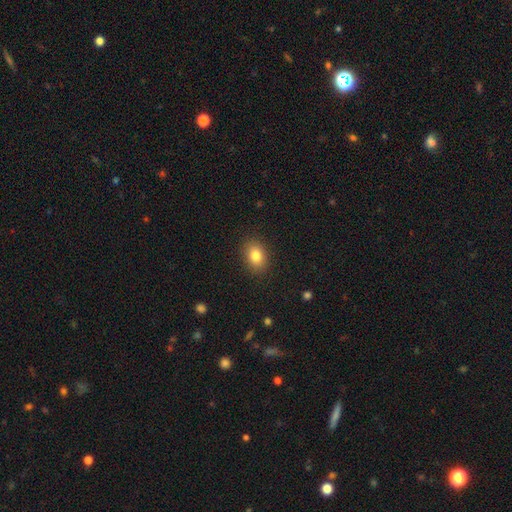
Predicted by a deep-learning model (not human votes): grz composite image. It shows a smooth galaxy with no disk features (83%) that is in between round and cigar-shaped (73%). Merging: none (88%).